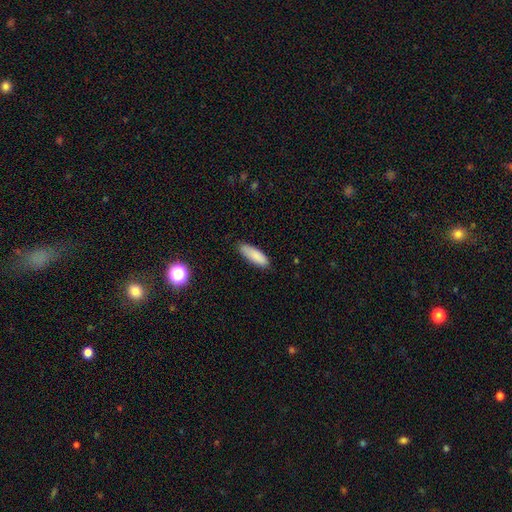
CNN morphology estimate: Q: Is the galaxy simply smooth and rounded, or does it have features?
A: smooth — 87%.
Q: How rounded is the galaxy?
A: in between — 55%.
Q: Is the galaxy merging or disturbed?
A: none — 82%.